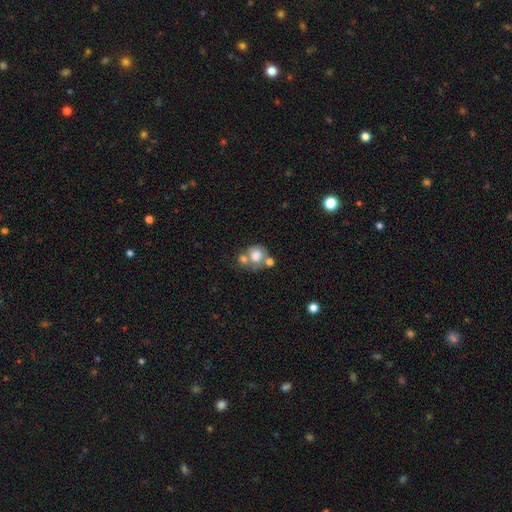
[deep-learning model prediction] Overall: smooth (70%). How rounded: round (74%). Merging: merger (43%; none 35%).